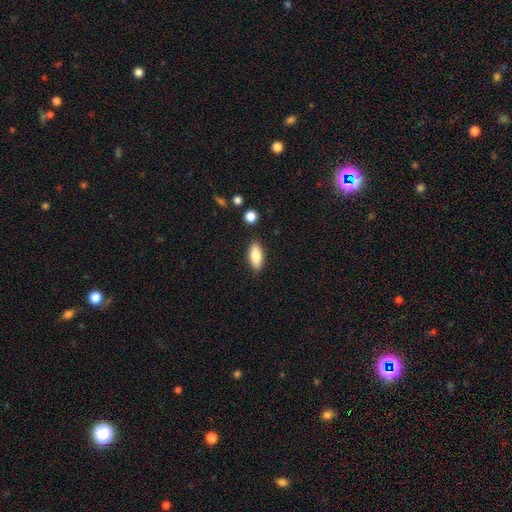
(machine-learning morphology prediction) Smooth or featured: smooth — 80% (featured or disk — 14%)
How rounded: in between — 82% (cigar-shaped — 16%)
Merging: none — 87% (minor disturbance — 9%)